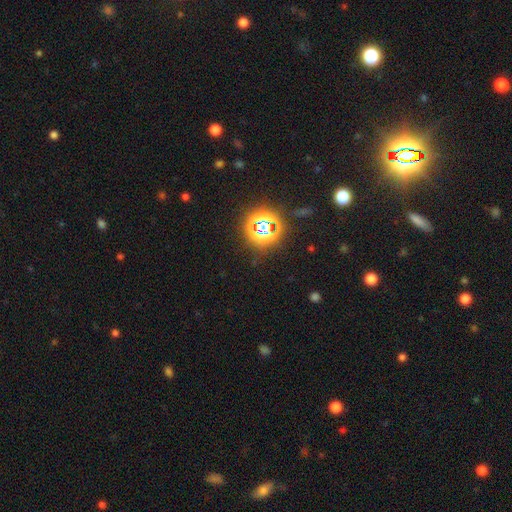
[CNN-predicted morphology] A star or artifact, not a galaxy (77%).